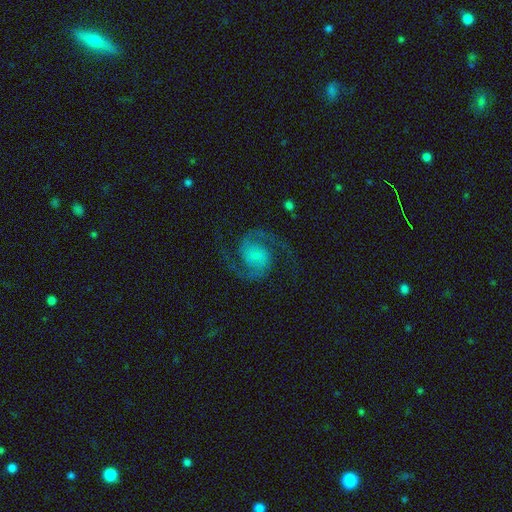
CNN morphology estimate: A featured or disk galaxy (92%) with no bar (53%), 2 (95%) medium (64%) spiral arms (99%) and a small central bulge (43%).

Vote fractions:
- Smooth or featured? featured or disk: 92% / star or artifact: 4% / smooth: 4%
- Edge-on disk? no: 98% / yes: 2%
- Bar? no: 53% / weak: 35% / strong: 11%
- Spiral arms? yes: 99% / no: 1%
- Spiral winding? medium: 64% / loose: 21% / tight: 15%
- Spiral arm count? 2: 95% / can't tell: 1% / 3: 1% / 1: 1% / 4: 1% / more than 4: 1%
- Bulge size? small: 43% / none: 28% / moderate: 22% / large: 5% / dominant: 2%
- Merging? none: 82% / minor disturbance: 11% / major disturbance: 6% / merger: 1%